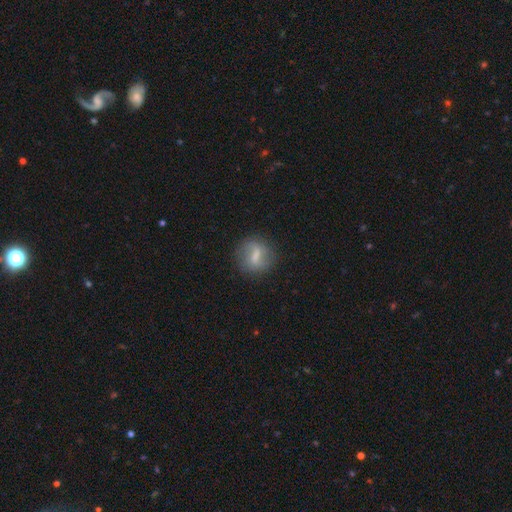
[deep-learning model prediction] Q: Smooth or featured?
A: smooth (47%); runner-up: featured or disk (44%)
Q: Merging?
A: none (78%); runner-up: minor disturbance (14%)